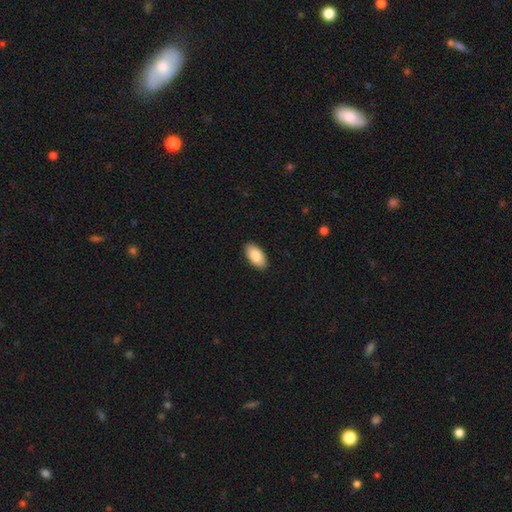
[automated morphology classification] Smooth or featured?
  - smooth: 89% *
  - star or artifact: 6%
  - featured or disk: 6%
How rounded?
  - in between: 95% *
  - cigar-shaped: 3%
  - round: 2%
Merging?
  - none: 90% *
  - minor disturbance: 7%
  - major disturbance: 2%
  - merger: 1%